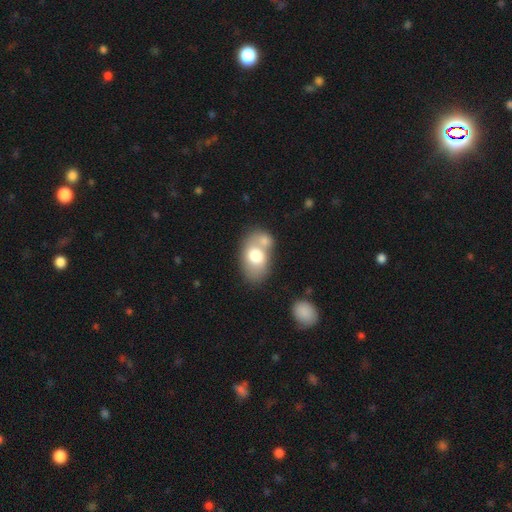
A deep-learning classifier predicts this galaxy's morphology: smooth_or_featured: smooth (p=0.70) [alt: featured or disk p=0.23]
how_rounded: in between (p=0.85) [alt: round p=0.14]
merging: merger (p=0.40) [alt: none p=0.38]